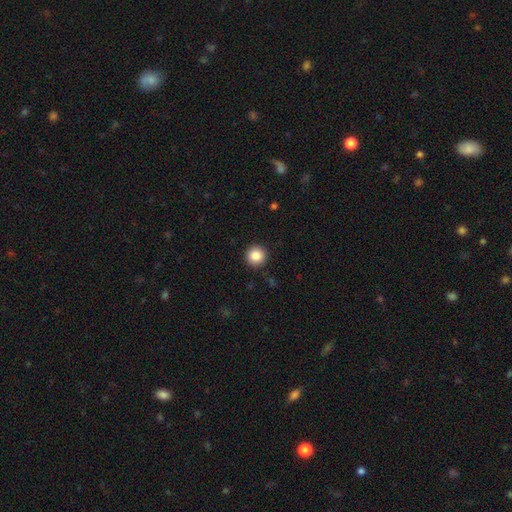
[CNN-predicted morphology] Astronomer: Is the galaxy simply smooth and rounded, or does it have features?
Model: smooth — 86%.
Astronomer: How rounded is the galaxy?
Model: round — 95%.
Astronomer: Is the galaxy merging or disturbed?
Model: none — 92%.